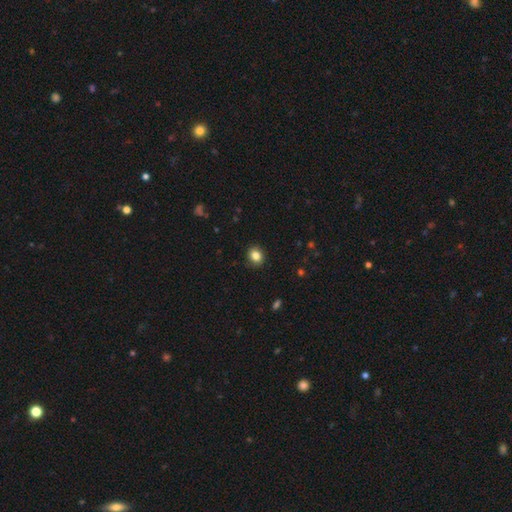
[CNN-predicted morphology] Smooth or featured? smooth (84%)
How rounded? round (64%)
Merging? none (90%)